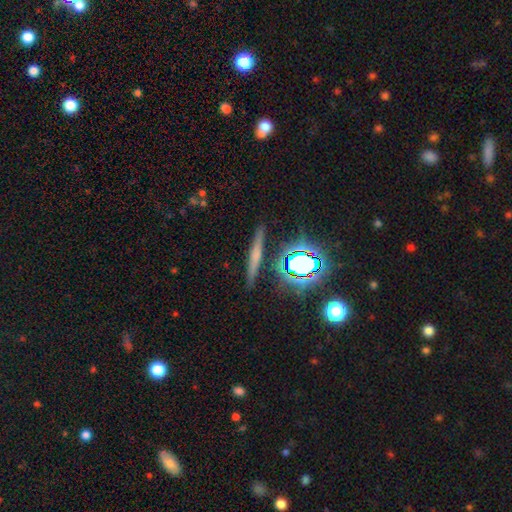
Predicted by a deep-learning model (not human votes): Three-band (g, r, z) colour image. It shows a smooth galaxy with no disk features (42%). Merging: none (86%).